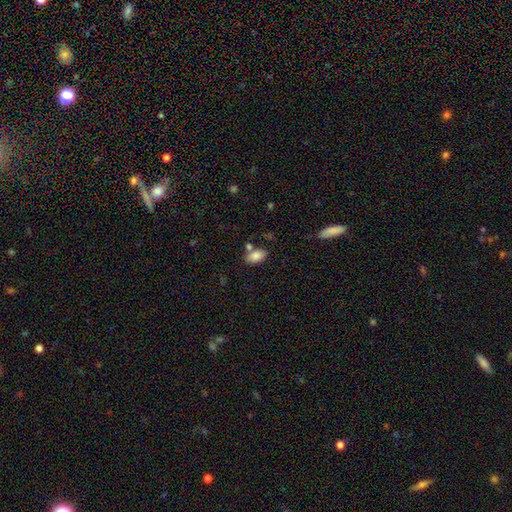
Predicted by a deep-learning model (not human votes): A smooth galaxy with no disk features (85%) that is in between round and cigar-shaped (93%).

Vote fractions:
- Smooth or featured? smooth: 85% / star or artifact: 8% / featured or disk: 8%
- How rounded? in between: 93% / round: 5% / cigar-shaped: 2%
- Merging? none: 68% / merger: 15% / minor disturbance: 14% / major disturbance: 4%